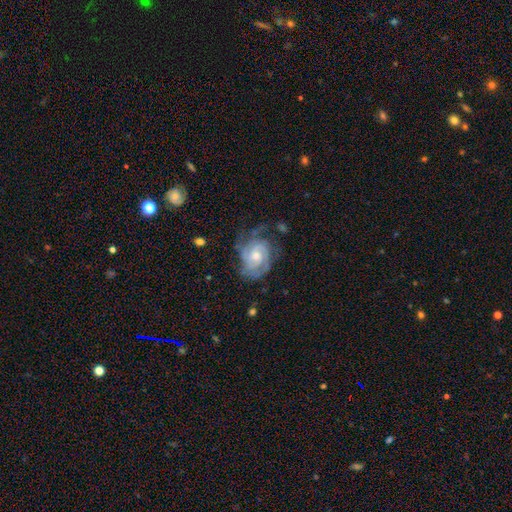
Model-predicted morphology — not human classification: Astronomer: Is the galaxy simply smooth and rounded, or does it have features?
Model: featured or disk — 85%.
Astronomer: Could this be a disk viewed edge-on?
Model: no — 98%.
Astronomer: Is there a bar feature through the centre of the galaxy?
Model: no — 66%.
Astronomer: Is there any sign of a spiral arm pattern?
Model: yes — 96%.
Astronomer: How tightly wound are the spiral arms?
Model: tight — 62%.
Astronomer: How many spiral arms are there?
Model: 2 — 31% (runner-up: can't tell, 27%).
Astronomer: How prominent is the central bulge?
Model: moderate — 53% (runner-up: small, 40%).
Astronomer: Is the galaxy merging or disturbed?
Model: none — 57%.